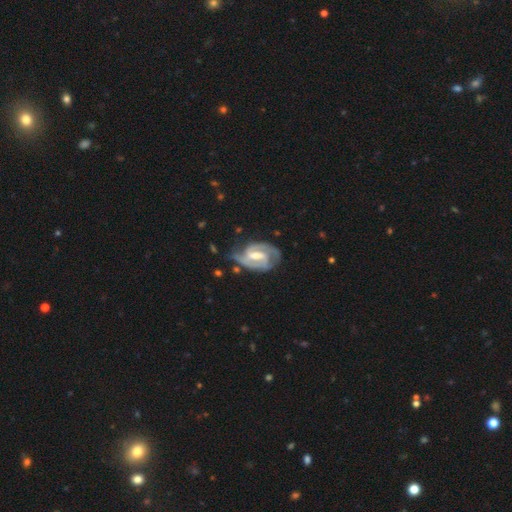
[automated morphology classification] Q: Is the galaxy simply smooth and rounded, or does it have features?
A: featured or disk — 89%.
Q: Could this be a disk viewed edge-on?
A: no — 97%.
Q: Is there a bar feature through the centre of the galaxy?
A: weak — 48%.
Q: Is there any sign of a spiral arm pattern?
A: yes — 96%.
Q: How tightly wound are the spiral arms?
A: medium — 46%.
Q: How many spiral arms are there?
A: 2 — 75%.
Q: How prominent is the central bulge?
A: moderate — 55%.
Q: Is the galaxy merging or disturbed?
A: none — 61%.